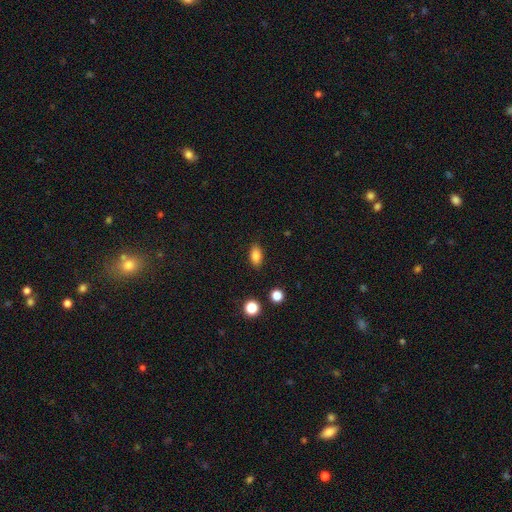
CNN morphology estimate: Smooth or featured? smooth (85%)
How rounded? in between (87%)
Merging? none (87%)